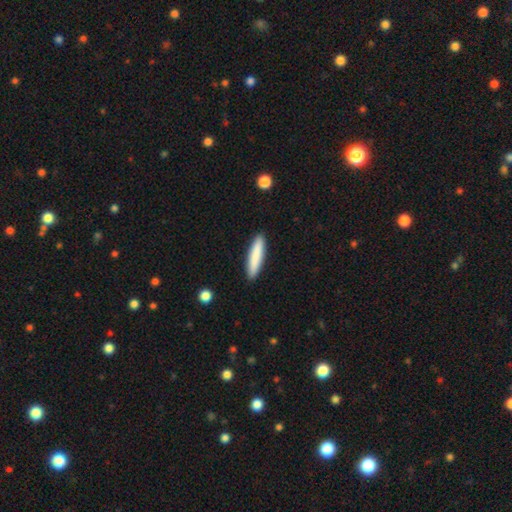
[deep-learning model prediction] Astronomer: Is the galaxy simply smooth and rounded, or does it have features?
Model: smooth — 84%.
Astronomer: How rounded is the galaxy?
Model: cigar-shaped — 87%.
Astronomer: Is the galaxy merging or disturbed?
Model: none — 91%.